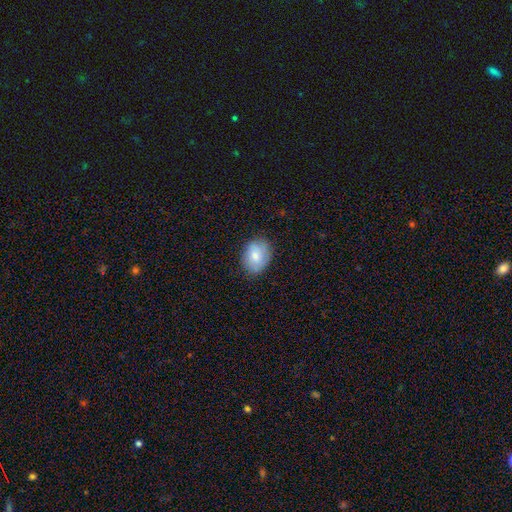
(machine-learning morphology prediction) smooth_or_featured: smooth (p=0.78) [alt: featured or disk p=0.15]
how_rounded: in between (p=0.68) [alt: round p=0.31]
merging: none (p=0.80) [alt: minor disturbance p=0.15]